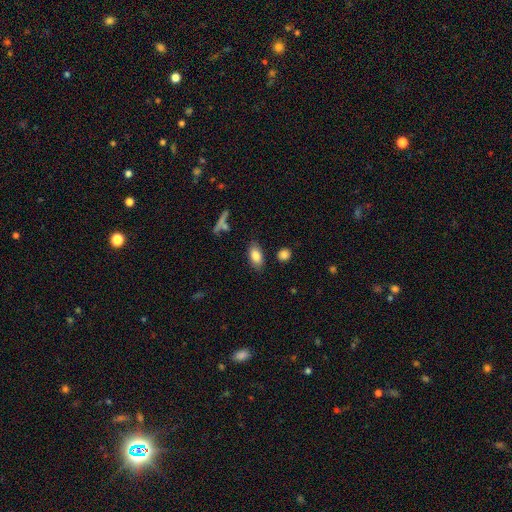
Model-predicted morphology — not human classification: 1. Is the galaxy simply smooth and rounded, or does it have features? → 83% smooth, 9% featured or disk, 8% star or artifact.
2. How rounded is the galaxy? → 89% in between, 6% round, 5% cigar-shaped.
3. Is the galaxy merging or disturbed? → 81% none, 12% minor disturbance, 4% merger, 3% major disturbance.